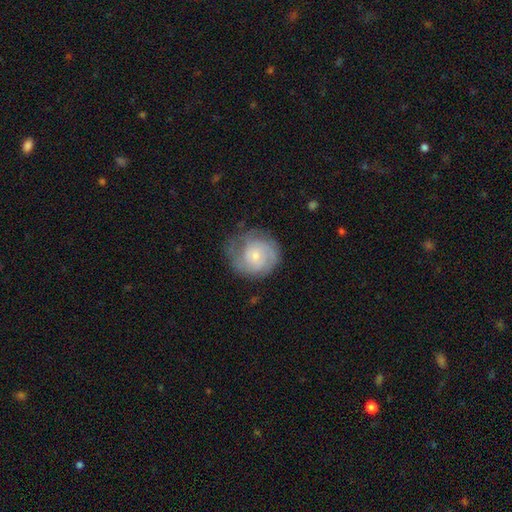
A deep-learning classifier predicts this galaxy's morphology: Smooth or featured? featured or disk (63%)
Edge-on disk? no (98%)
Bar? no (73%)
Spiral arms? yes (85%)
Spiral winding? tight (57%)
Spiral arm count? can't tell (39%)
Bulge size? small (69%)
Merging? none (60%)